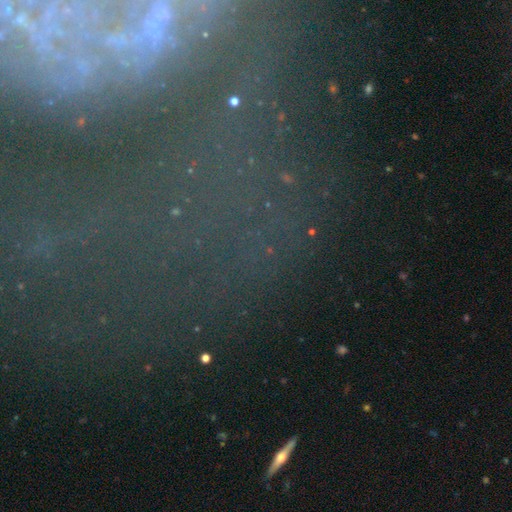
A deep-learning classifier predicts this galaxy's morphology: Overall: star or artifact (45%; featured or disk 37%).